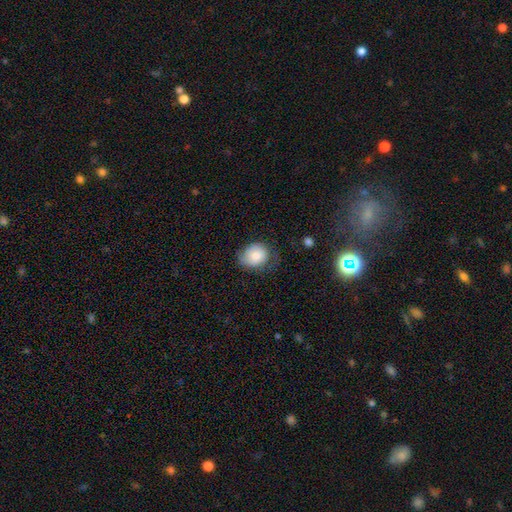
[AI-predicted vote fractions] Smooth or featured: smooth — 74% (featured or disk — 18%)
How rounded: round — 53% (in between — 46%)
Merging: none — 49% (minor disturbance — 33%)